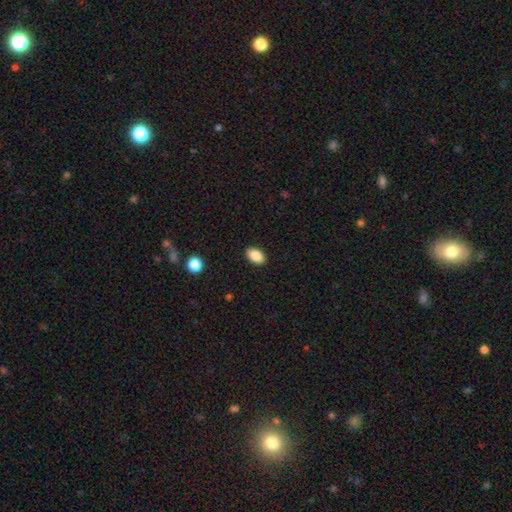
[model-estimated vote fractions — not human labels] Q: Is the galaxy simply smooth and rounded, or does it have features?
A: smooth — 87%.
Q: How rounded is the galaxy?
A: in between — 90%.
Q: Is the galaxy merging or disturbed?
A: none — 90%.